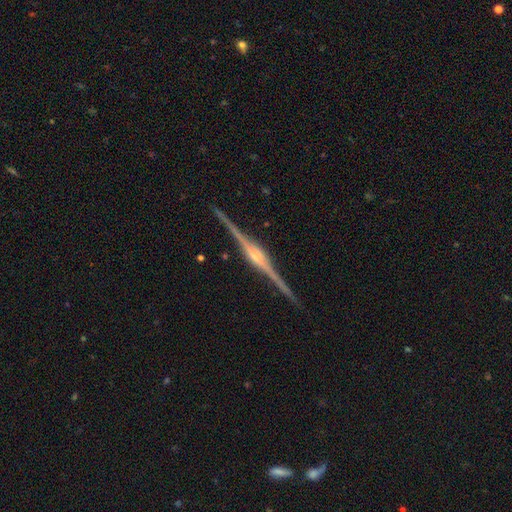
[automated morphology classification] smooth-or-featured: featured or disk: 92% | star or artifact: 4% | smooth: 4%
  disk-edge-on: yes: 99% | no: 1%
    edge-on-bulge: rounded: 75% | boxy: 19% | none: 6%
  merging: none: 92% | minor disturbance: 6% | major disturbance: 1% | merger: 1%